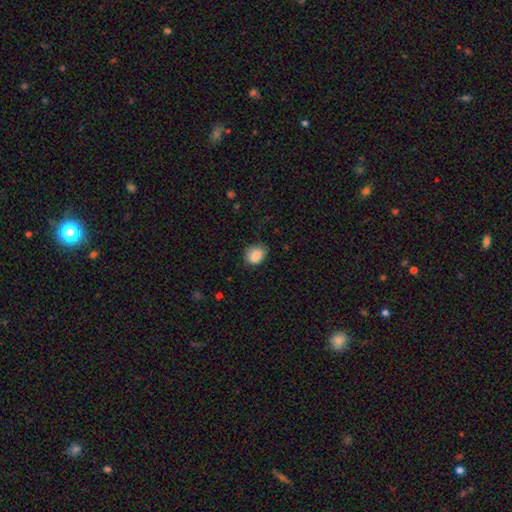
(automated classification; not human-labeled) The model was most divided on "how rounded": in between: 54%, round: 45%, cigar-shaped: 1%. More confident: smooth or featured — smooth (85%); merging — none (60%).